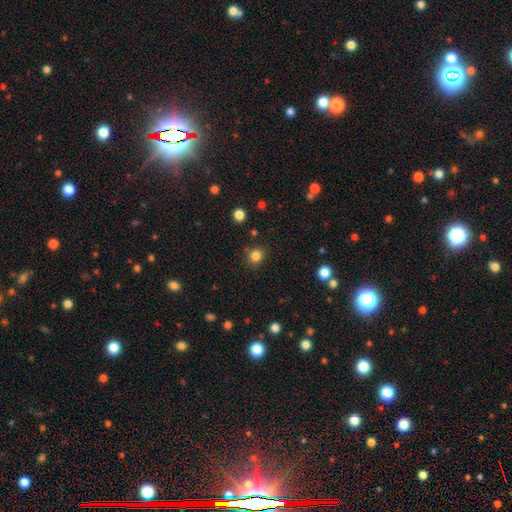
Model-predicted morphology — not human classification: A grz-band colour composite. It shows a smooth galaxy with no disk features (83%) that is round (82%). Merging: none (84%).